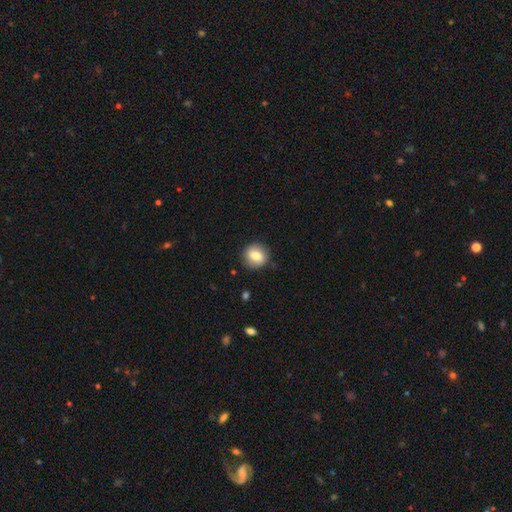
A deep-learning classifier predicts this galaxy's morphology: Overall: smooth (76%). How rounded: round (83%). Merging: none (84%).